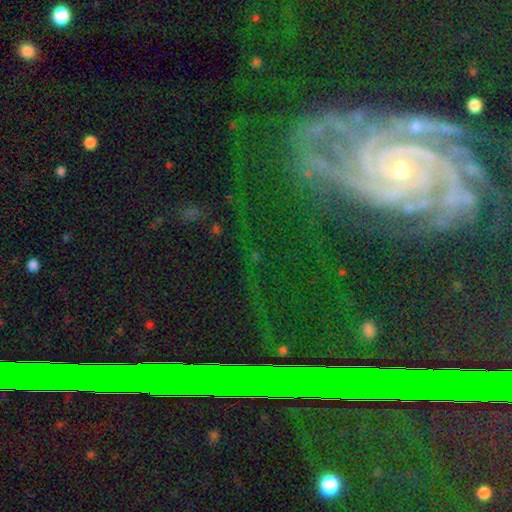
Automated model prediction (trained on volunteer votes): smooth-or-featured: featured or disk: 58% | star or artifact: 30% | smooth: 12%
  disk-edge-on: no: 84% | yes: 16%
  merging: none: 79% | minor disturbance: 12% | major disturbance: 6% | merger: 3%